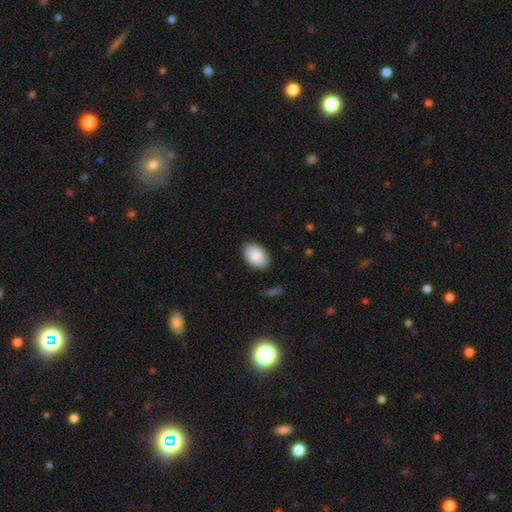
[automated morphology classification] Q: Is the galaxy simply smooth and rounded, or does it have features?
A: smooth — 88%.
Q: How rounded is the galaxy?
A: in between — 90%.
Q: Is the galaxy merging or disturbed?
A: none — 87%.